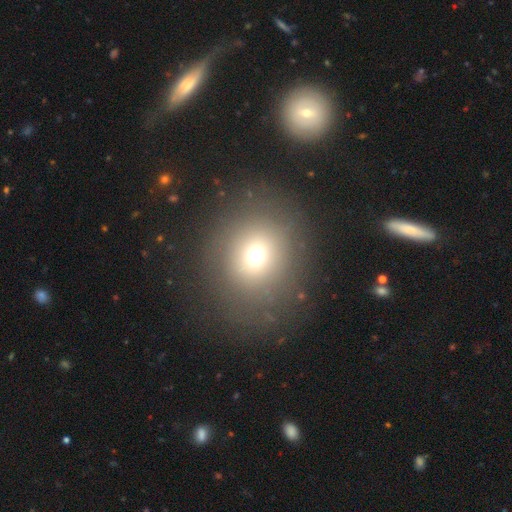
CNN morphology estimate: smooth_or_featured: smooth (p=0.68) [alt: star or artifact p=0.20]
how_rounded: round (p=0.85) [alt: in between p=0.14]
merging: none (p=0.82) [alt: minor disturbance p=0.09]